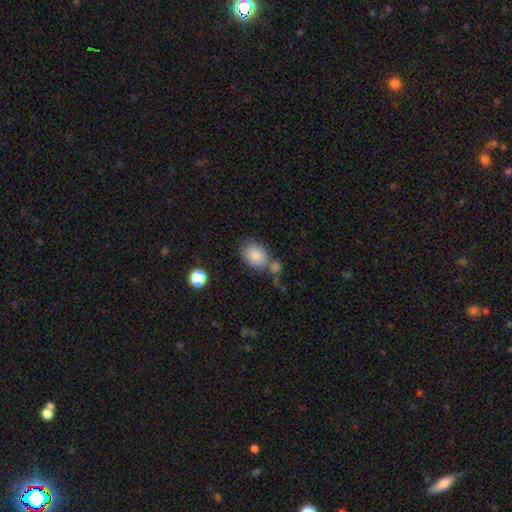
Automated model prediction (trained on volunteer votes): Overall: smooth (84%). How rounded: in between (63%; round 36%). Merging: none (54%; merger 23%).